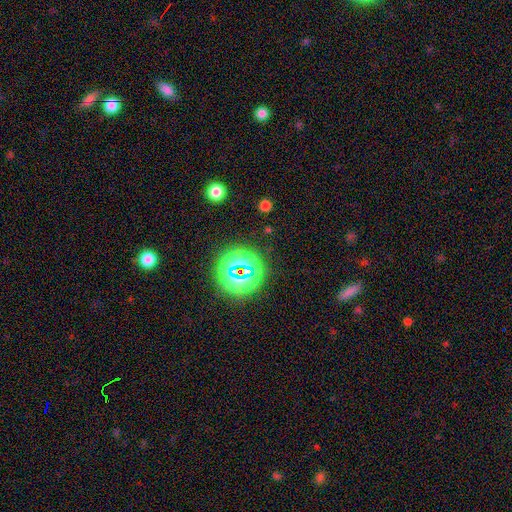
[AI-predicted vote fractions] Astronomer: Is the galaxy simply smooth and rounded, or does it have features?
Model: star or artifact — 80%.